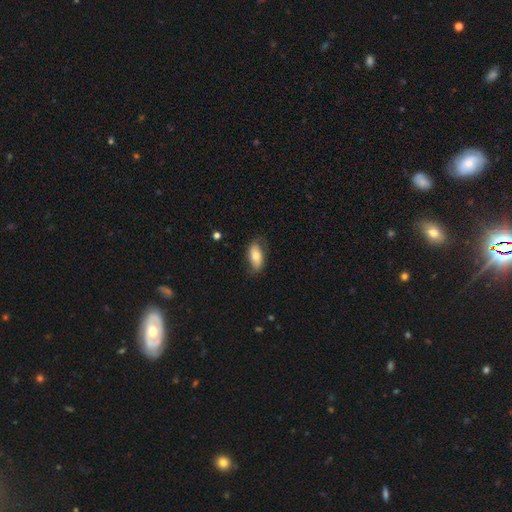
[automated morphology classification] A smooth galaxy with no disk features (69%) that is in between round and cigar-shaped (89%). Merging: none (71%).